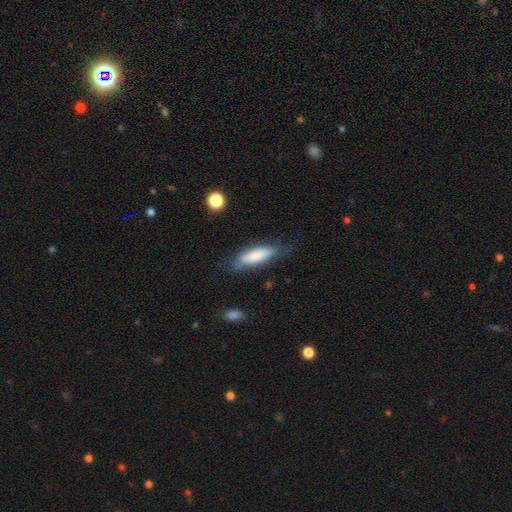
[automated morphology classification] smooth 76%, featured or disk 17%, star or artifact 6%. Down the decision tree: how rounded — in between (56%); merging — none (69%).